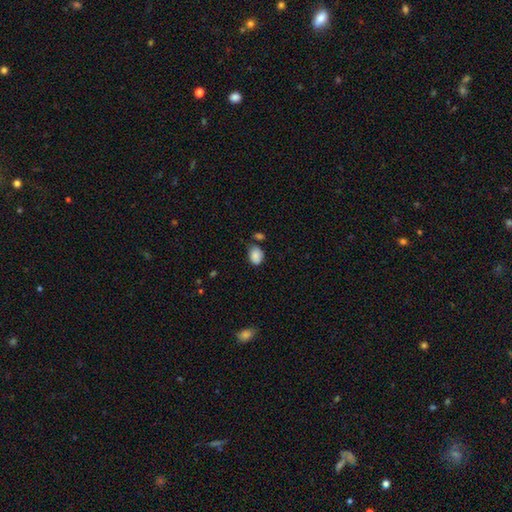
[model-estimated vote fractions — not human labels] smooth 86%, star or artifact 9%, featured or disk 5%. Down the decision tree: how rounded — in between (67%); merging — none (62%).